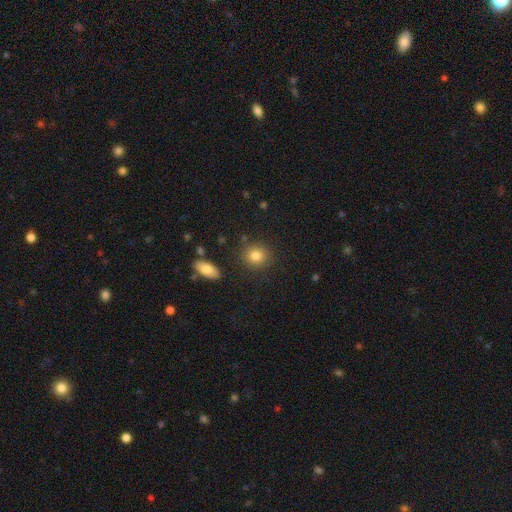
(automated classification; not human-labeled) Q: Smooth or featured?
A: smooth (83%); runner-up: star or artifact (10%)
Q: How rounded?
A: round (81%); runner-up: in between (18%)
Q: Merging?
A: none (86%); runner-up: minor disturbance (8%)